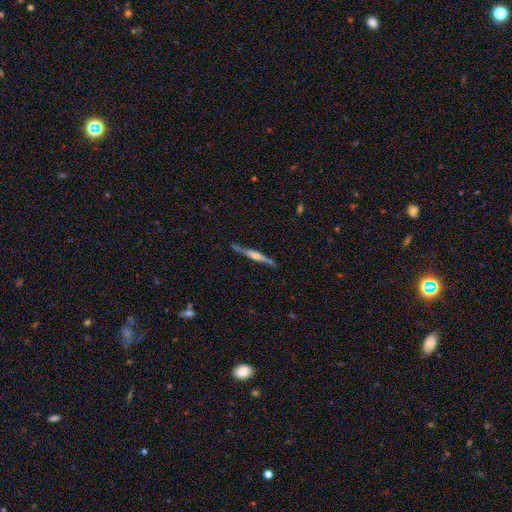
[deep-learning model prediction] The model was most divided on "smooth or featured": featured or disk: 68%, smooth: 26%, star or artifact: 6%. More confident: edge-on disk — yes (96%); merging — none (80%); edge-on bulge — rounded (62%).